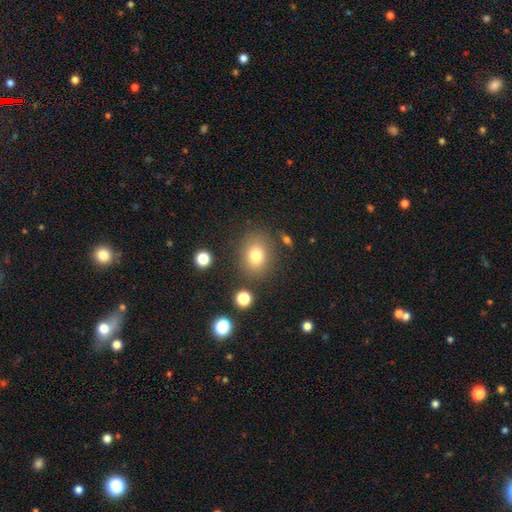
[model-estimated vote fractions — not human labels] Overall: smooth (78%). How rounded: round (56%; in between 43%). Merging: none (80%).